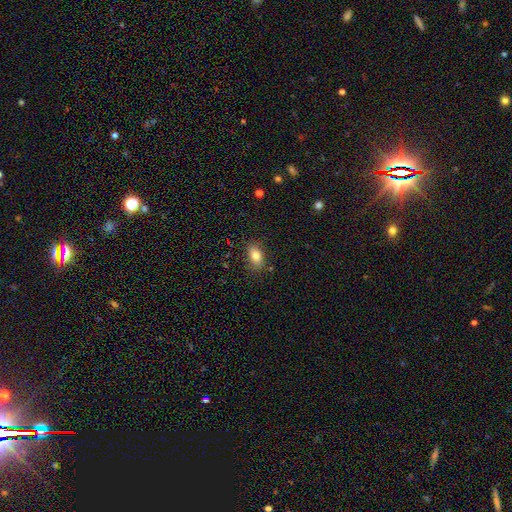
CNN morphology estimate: Q: Smooth or featured?
A: smooth (81%); runner-up: featured or disk (10%)
Q: How rounded?
A: in between (87%); runner-up: round (8%)
Q: Merging?
A: none (83%); runner-up: minor disturbance (13%)